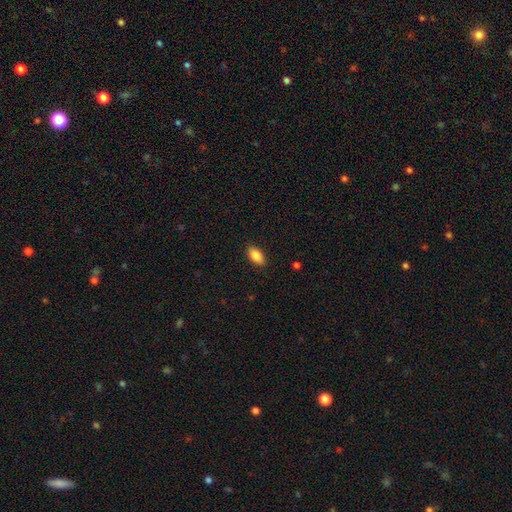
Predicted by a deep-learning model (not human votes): smooth-or-featured: smooth: 86% | star or artifact: 7% | featured or disk: 7%
  how-rounded: in between: 90% | cigar-shaped: 6% | round: 4%
  merging: none: 88% | minor disturbance: 9% | major disturbance: 2% | merger: 1%